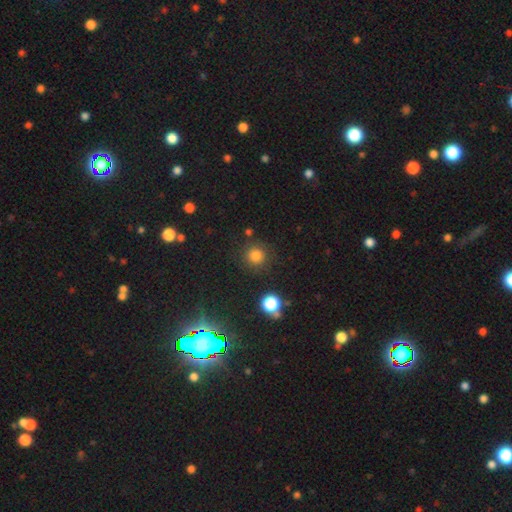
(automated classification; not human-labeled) The model was most divided on "smooth or featured": smooth: 78%, star or artifact: 17%, featured or disk: 6%. More confident: how rounded — round (93%); merging — none (84%).